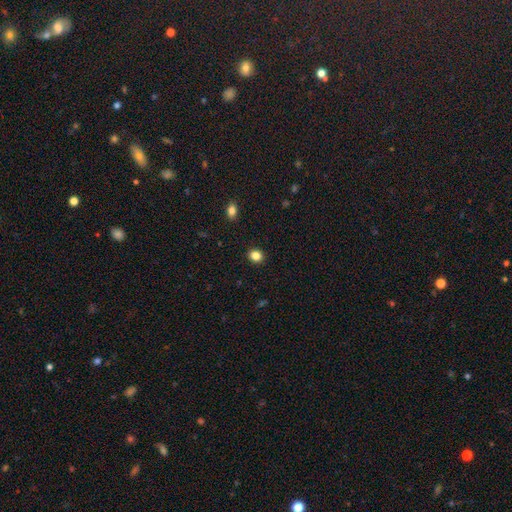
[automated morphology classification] Smooth or featured: smooth — 84% (star or artifact — 11%)
How rounded: round — 67% (in between — 33%)
Merging: none — 91% (minor disturbance — 6%)